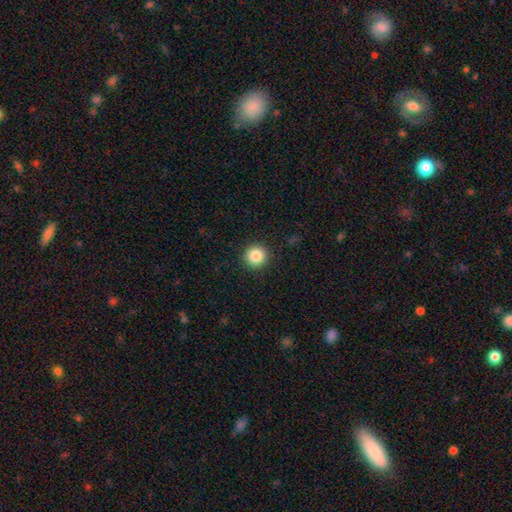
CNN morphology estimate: smooth-or-featured: smooth: 85% | star or artifact: 10% | featured or disk: 5%
  how-rounded: round: 95% | in between: 4% | cigar-shaped: 1%
  merging: none: 92% | minor disturbance: 5% | major disturbance: 2% | merger: 1%